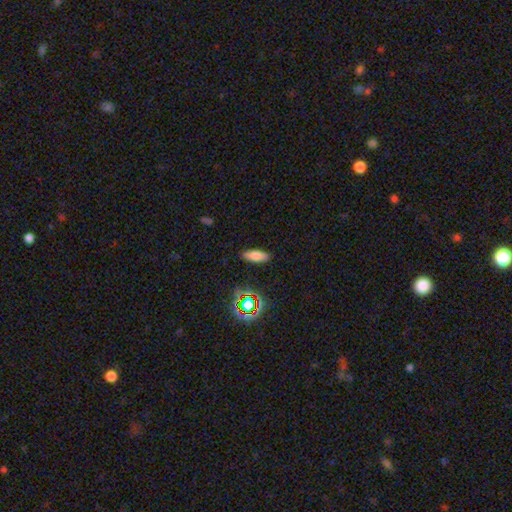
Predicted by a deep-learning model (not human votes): This appears to be a smooth galaxy with no disk features (75%) that is in between round and cigar-shaped (64%). Merging: none (87%).